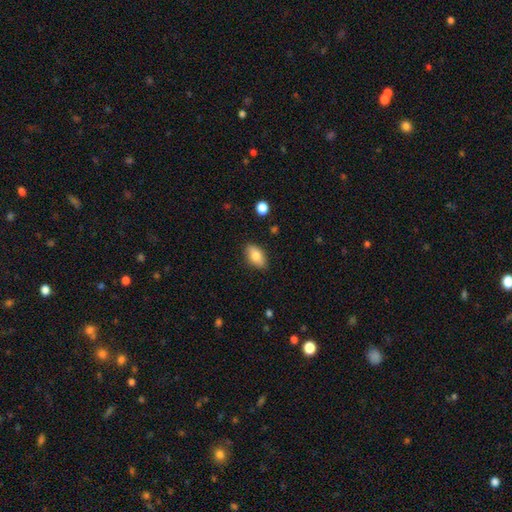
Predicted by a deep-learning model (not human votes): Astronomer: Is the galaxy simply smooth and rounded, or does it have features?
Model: smooth — 77%.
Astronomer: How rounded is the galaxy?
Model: in between — 89%.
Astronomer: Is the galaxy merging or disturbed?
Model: none — 85%.